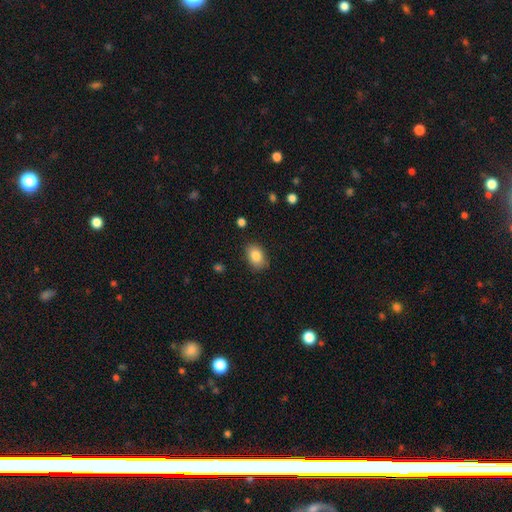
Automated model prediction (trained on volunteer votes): A smooth galaxy with no disk features (85%) that is in between round and cigar-shaped (80%). Merging: none (83%).